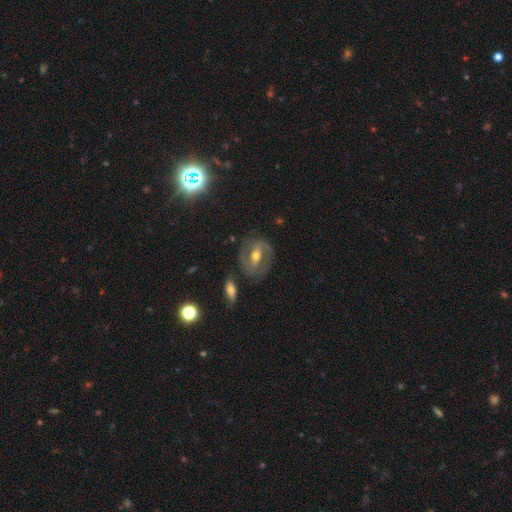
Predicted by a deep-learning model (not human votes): Smooth or featured? featured or disk (74%)
Edge-on disk? no (93%)
Bar? strong (46%)
Spiral arms? yes (77%)
Spiral winding? medium (44%)
Spiral arm count? 2 (79%)
Bulge size? moderate (70%)
Merging? none (78%)